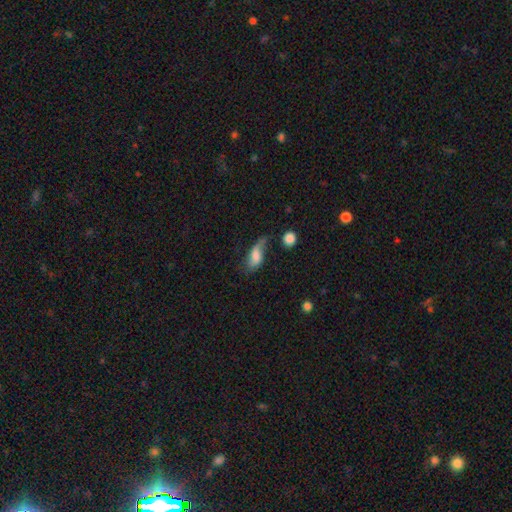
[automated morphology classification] This appears to be a smooth galaxy with no disk features (59%) that is in between round and cigar-shaped (81%). Merging: none (36%).